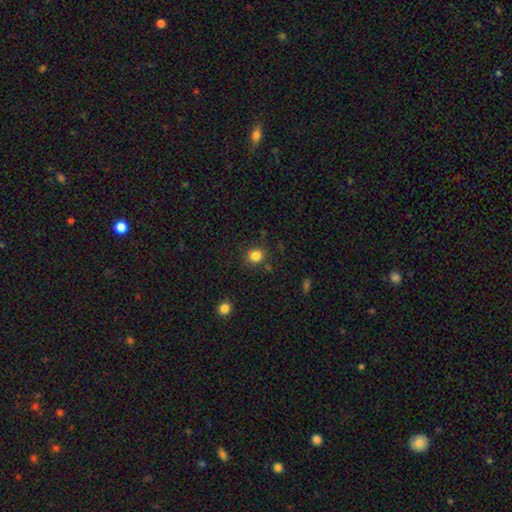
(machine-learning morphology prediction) Smooth or featured? Predicted: smooth (p=0.82). How rounded? Predicted: round (p=0.72). Merging? Predicted: none (p=0.78).